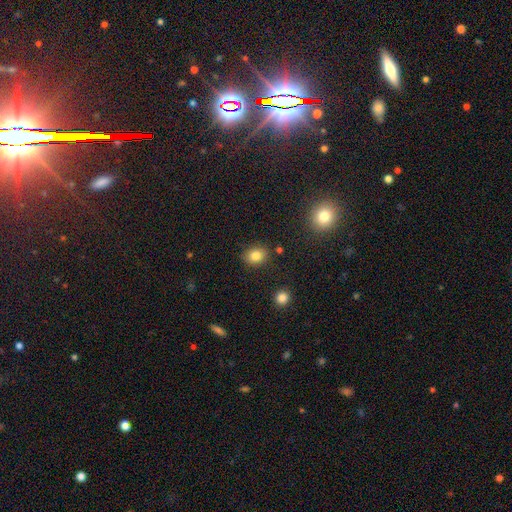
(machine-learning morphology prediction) A smooth galaxy with no disk features (83%) that is in between round and cigar-shaped (51%). Merging: none (85%).